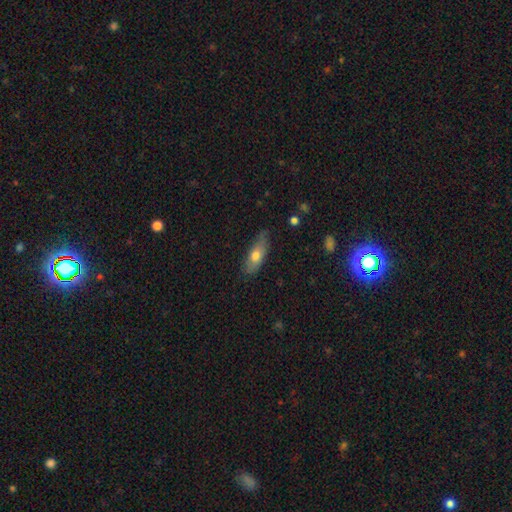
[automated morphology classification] Smooth or featured? Predicted: smooth (p=0.67). How rounded? Predicted: in between (p=0.66). Merging? Predicted: none (p=0.67).